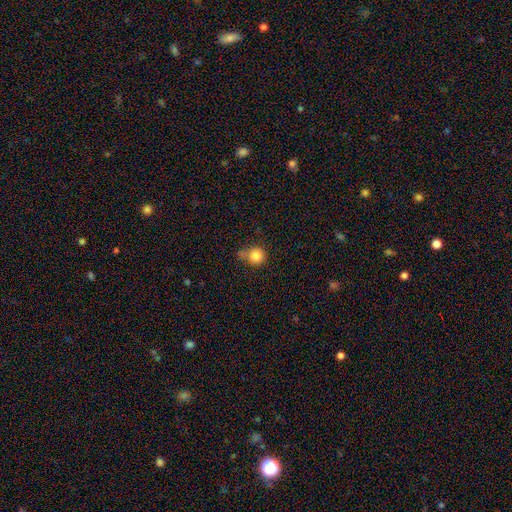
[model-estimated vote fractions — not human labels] Q: Smooth or featured?
A: smooth (84%); runner-up: star or artifact (10%)
Q: How rounded?
A: round (92%); runner-up: in between (7%)
Q: Merging?
A: none (56%); runner-up: merger (21%)